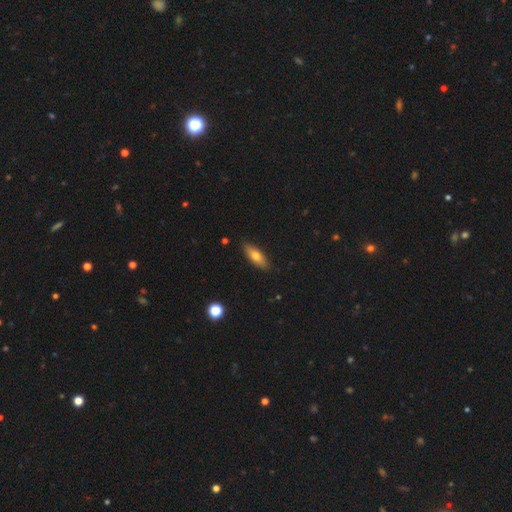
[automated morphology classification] Smooth or featured: smooth — 68% (featured or disk — 25%)
How rounded: in between — 62% (cigar-shaped — 36%)
Merging: none — 86% (minor disturbance — 11%)